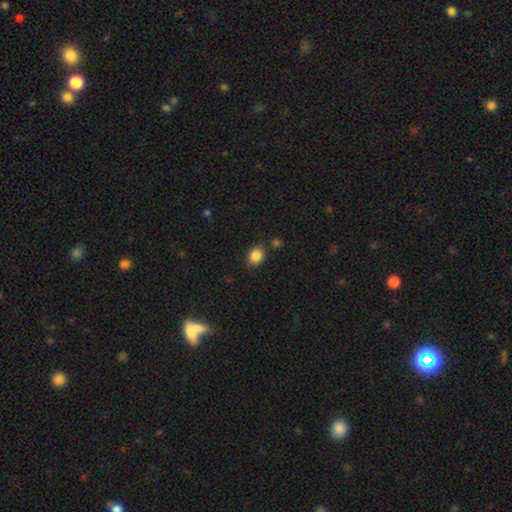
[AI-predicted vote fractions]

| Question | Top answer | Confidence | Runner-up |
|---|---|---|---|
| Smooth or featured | smooth | 86% | star or artifact (9%) |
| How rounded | in between | 55% | round (44%) |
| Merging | none | 80% | minor disturbance (12%) |